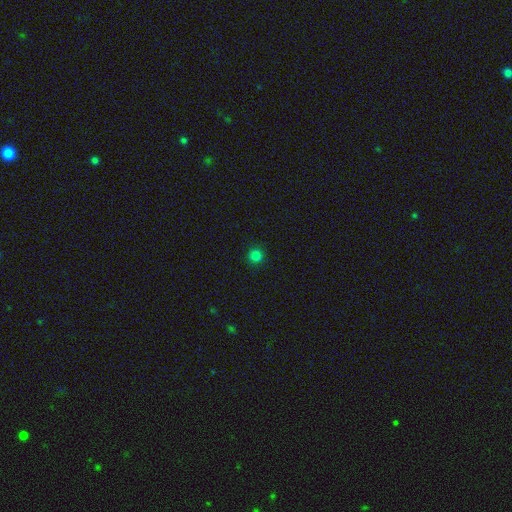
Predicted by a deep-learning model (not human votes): Smooth or featured?
  - smooth: 82% *
  - star or artifact: 15%
  - featured or disk: 3%
How rounded?
  - round: 96% *
  - in between: 4%
  - cigar-shaped: 1%
Merging?
  - none: 92% *
  - minor disturbance: 5%
  - major disturbance: 2%
  - merger: 1%